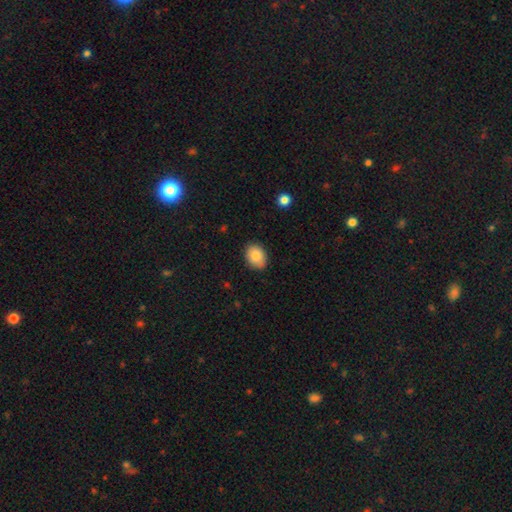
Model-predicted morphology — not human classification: Q: Smooth or featured?
A: smooth (85%); runner-up: star or artifact (8%)
Q: How rounded?
A: in between (70%); runner-up: round (29%)
Q: Merging?
A: none (84%); runner-up: minor disturbance (12%)